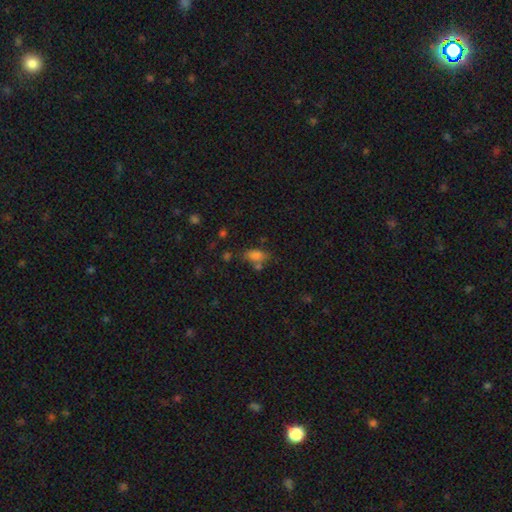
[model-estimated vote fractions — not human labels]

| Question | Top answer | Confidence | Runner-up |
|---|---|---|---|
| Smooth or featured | smooth | 76% | star or artifact (14%) |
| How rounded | in between | 83% | round (11%) |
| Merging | none | 52% | merger (21%) |